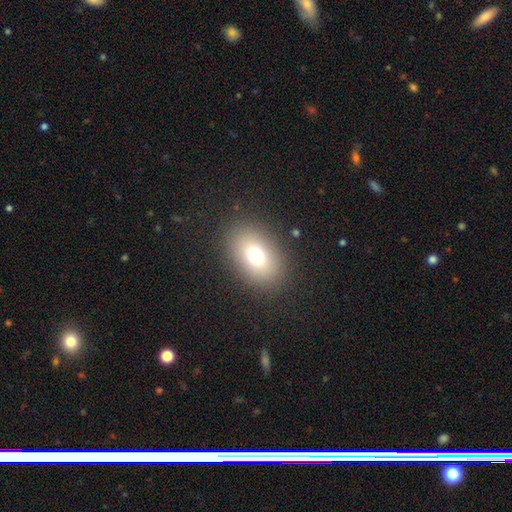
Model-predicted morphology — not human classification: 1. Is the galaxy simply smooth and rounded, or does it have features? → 76% smooth, 13% featured or disk, 12% star or artifact.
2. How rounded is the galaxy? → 80% in between, 18% round, 1% cigar-shaped.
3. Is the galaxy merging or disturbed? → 87% none, 8% minor disturbance, 4% major disturbance, 1% merger.